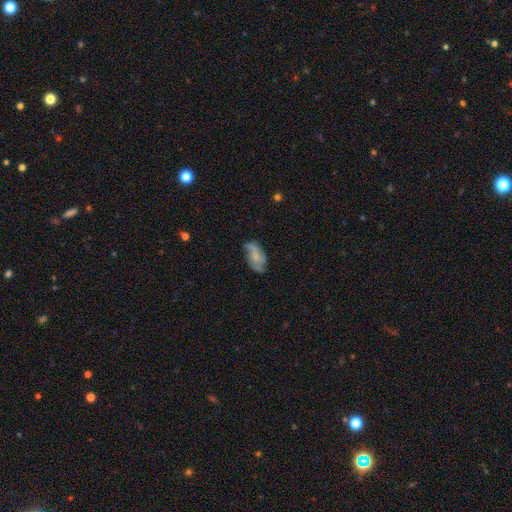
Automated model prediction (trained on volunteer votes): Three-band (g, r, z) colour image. It shows a featured or disk galaxy (52%). Merging: none (57%).